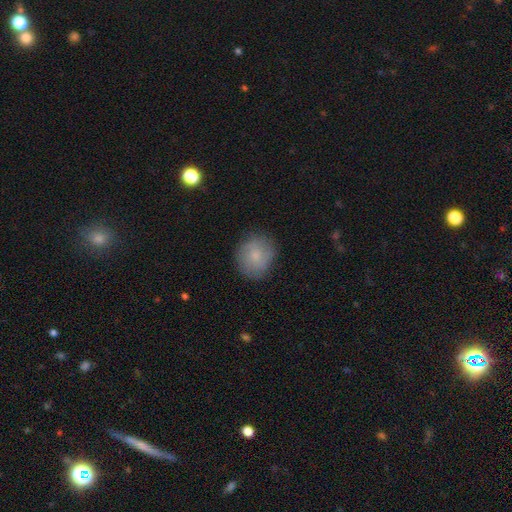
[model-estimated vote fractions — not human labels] This appears to be a smooth galaxy with no disk features (73%) that is round (76%). Merging: none (80%).